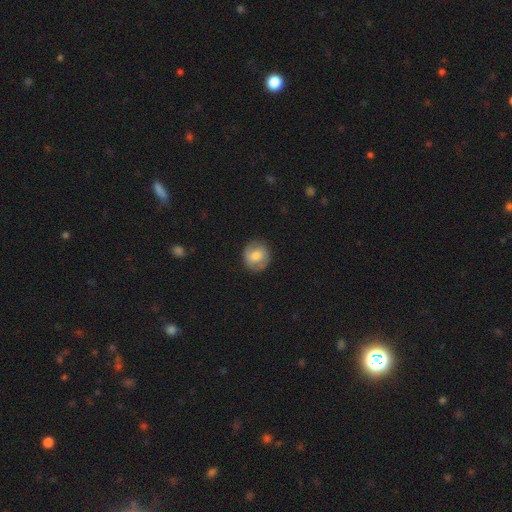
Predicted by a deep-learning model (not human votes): The model was most divided on "smooth or featured": smooth: 58%, featured or disk: 35%, star or artifact: 7%. More confident: how rounded — round (83%); merging — none (83%).